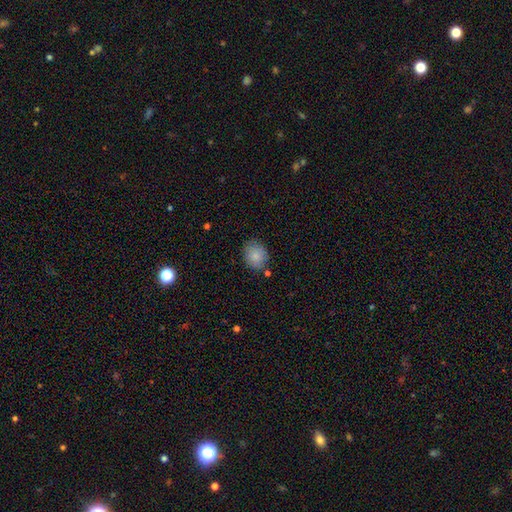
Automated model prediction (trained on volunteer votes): Overall: smooth (84%). How rounded: round (64%; in between 35%). Merging: none (78%).